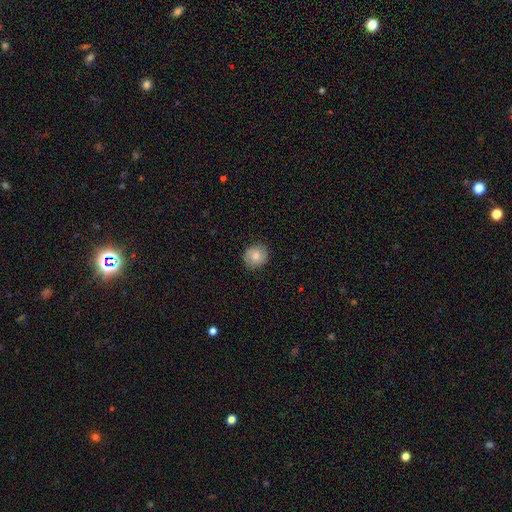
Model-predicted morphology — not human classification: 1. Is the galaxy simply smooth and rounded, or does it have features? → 74% smooth, 18% featured or disk, 8% star or artifact.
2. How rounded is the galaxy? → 87% round, 12% in between, 1% cigar-shaped.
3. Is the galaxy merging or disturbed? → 87% none, 10% minor disturbance, 2% major disturbance, 1% merger.